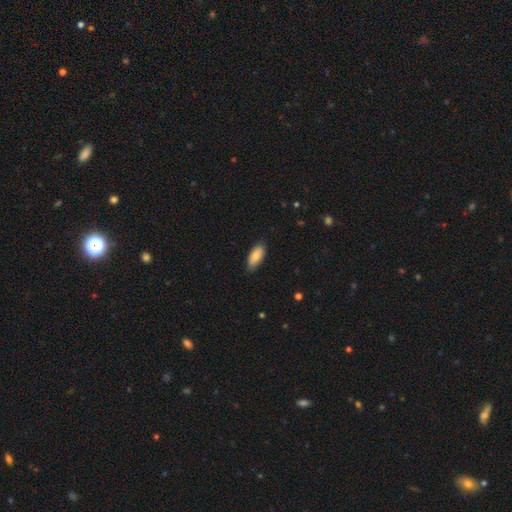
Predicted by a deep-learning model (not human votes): A smooth galaxy with no disk features (83%) that is in between round and cigar-shaped (88%).

Vote fractions:
- Smooth or featured? smooth: 83% / featured or disk: 11% / star or artifact: 6%
- How rounded? in between: 88% / cigar-shaped: 10% / round: 2%
- Merging? none: 75% / minor disturbance: 21% / major disturbance: 3% / merger: 1%